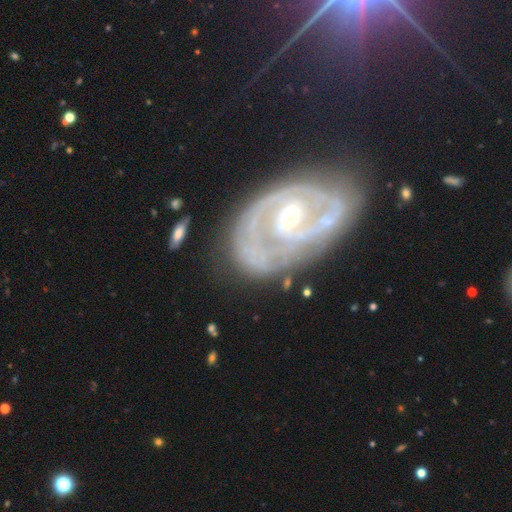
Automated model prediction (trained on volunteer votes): Smooth or featured: featured or disk — 82% (smooth — 11%)
Edge-on disk: no — 97% (yes — 3%)
Bar: no — 54% (weak — 33%)
Spiral arms: yes — 83% (no — 17%)
Spiral winding: tight — 53% (medium — 34%)
Spiral arm count: 2 — 48% (can't tell — 25%)
Bulge size: small — 48% (moderate — 45%)
Merging: none — 59% (minor disturbance — 21%)